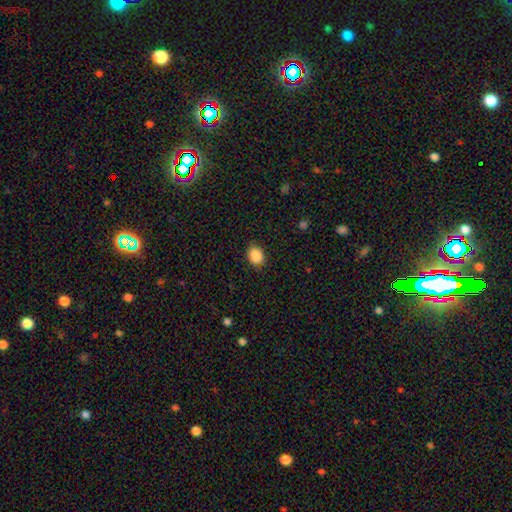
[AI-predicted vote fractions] The model was most divided on "how rounded": in between: 57%, round: 42%, cigar-shaped: 1%. More confident: smooth or featured — smooth (88%); merging — none (87%).